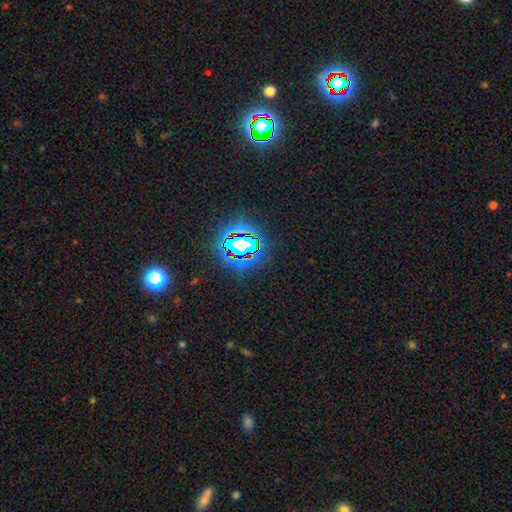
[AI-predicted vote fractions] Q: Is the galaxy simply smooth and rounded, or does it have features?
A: star or artifact — 81%.